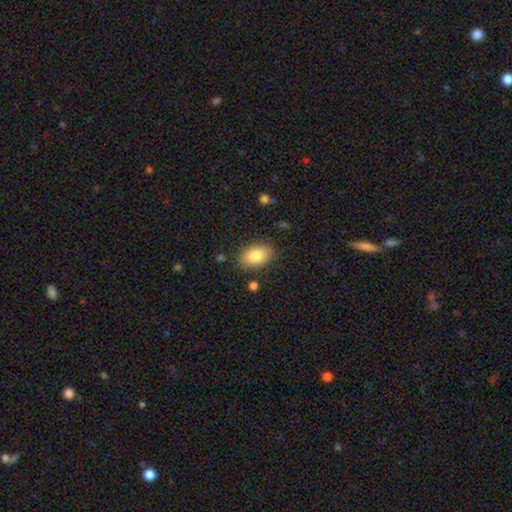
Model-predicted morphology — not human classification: Overall: smooth (85%). How rounded: in between (90%). Merging: none (84%).